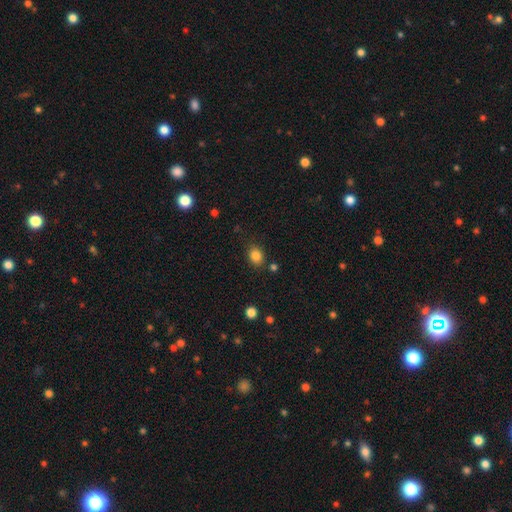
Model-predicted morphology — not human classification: A smooth galaxy with no disk features (84%) that is in between round and cigar-shaped (54%).

Vote fractions:
- Smooth or featured? smooth: 84% / star or artifact: 11% / featured or disk: 5%
- How rounded? in between: 54% / round: 45% / cigar-shaped: 1%
- Merging? none: 79% / minor disturbance: 13% / merger: 4% / major disturbance: 4%